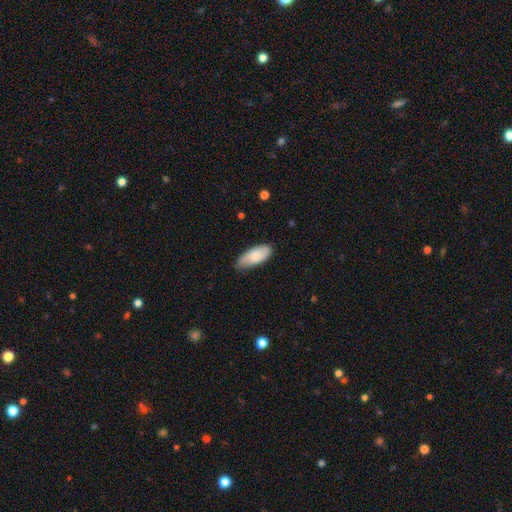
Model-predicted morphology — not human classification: smooth-or-featured: smooth: 81% | featured or disk: 13% | star or artifact: 6%
  how-rounded: in between: 86% | cigar-shaped: 13% | round: 2%
  merging: none: 69% | minor disturbance: 26% | major disturbance: 4% | merger: 1%